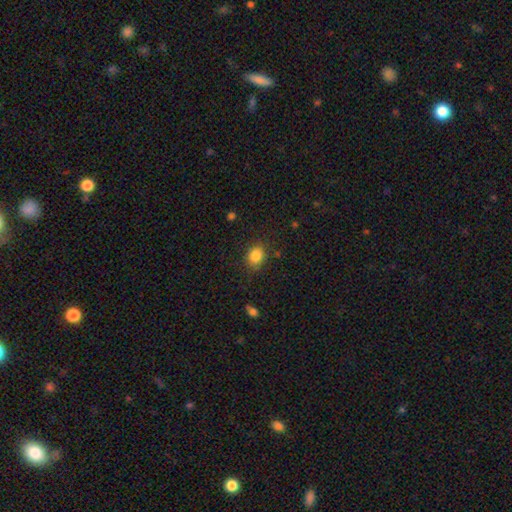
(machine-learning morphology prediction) Smooth or featured?
  - smooth: 84% *
  - star or artifact: 10%
  - featured or disk: 6%
How rounded?
  - round: 51% *
  - in between: 48%
  - cigar-shaped: 1%
Merging?
  - none: 80% *
  - minor disturbance: 14%
  - major disturbance: 4%
  - merger: 2%